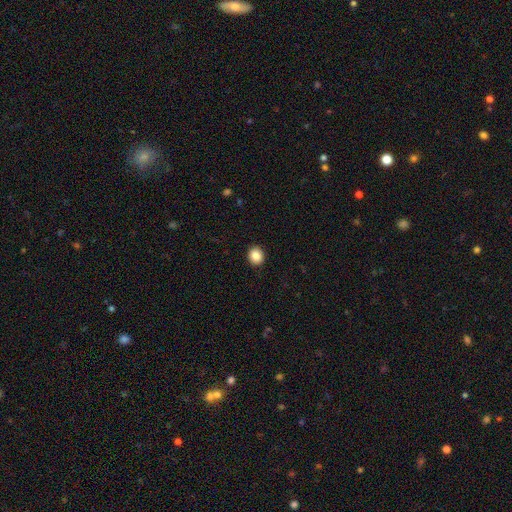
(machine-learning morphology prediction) The model was most divided on "how rounded": round: 79%, in between: 20%, cigar-shaped: 1%. More confident: merging — none (92%); smooth or featured — smooth (87%).